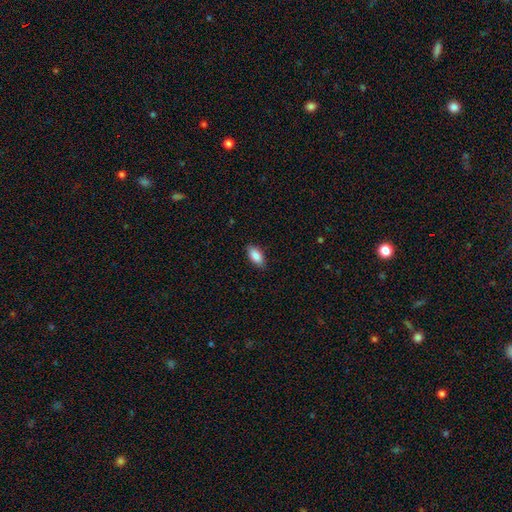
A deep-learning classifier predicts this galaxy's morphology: Smooth or featured?
  - smooth: 87% *
  - featured or disk: 7%
  - star or artifact: 7%
How rounded?
  - in between: 89% *
  - cigar-shaped: 9%
  - round: 3%
Merging?
  - none: 87% *
  - minor disturbance: 10%
  - major disturbance: 2%
  - merger: 1%